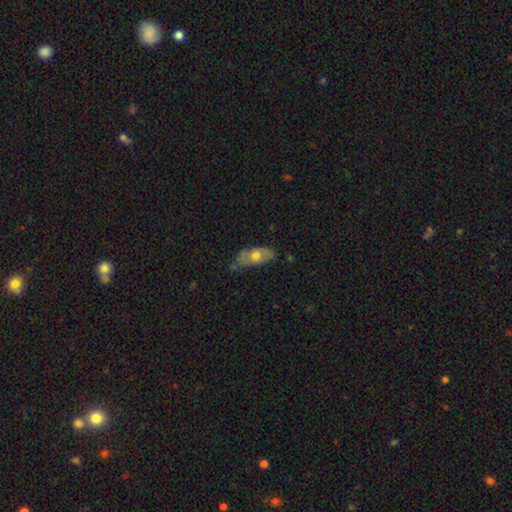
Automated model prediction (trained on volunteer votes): This appears to be a smooth galaxy with no disk features (51%) that is in between round and cigar-shaped (80%). Merging: none (55%).